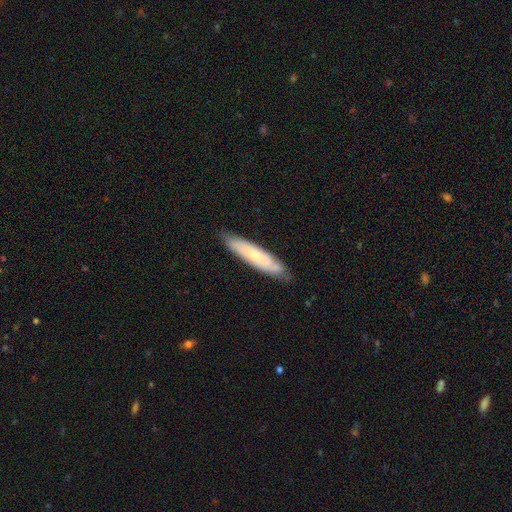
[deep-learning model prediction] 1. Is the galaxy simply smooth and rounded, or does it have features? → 51% smooth, 43% featured or disk, 6% star or artifact.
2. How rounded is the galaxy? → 79% cigar-shaped, 20% in between, 1% round.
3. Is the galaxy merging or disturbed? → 77% none, 18% minor disturbance, 3% major disturbance, 2% merger.